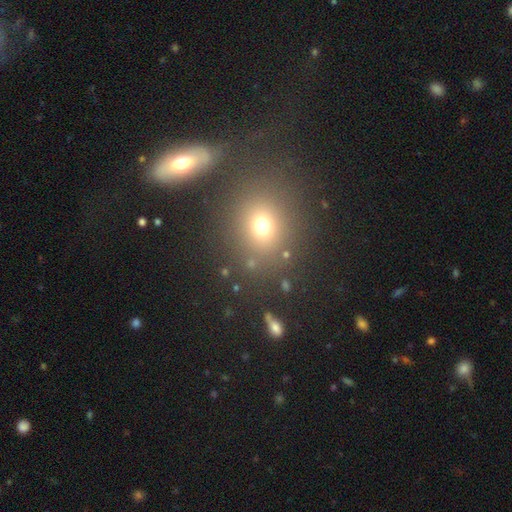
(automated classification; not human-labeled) Smooth or featured? smooth (58%)
How rounded? round (61%)
Merging? none (66%)